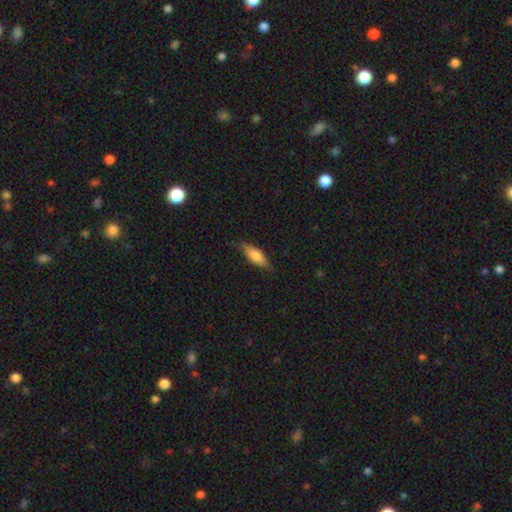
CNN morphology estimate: Smooth or featured? Predicted: smooth (p=0.70). How rounded? Predicted: in between (p=0.61). Merging? Predicted: none (p=0.77).